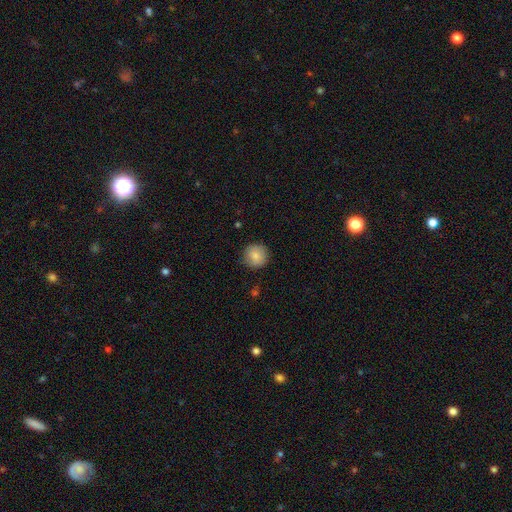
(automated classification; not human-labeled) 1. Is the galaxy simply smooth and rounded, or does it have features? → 85% smooth, 8% star or artifact, 7% featured or disk.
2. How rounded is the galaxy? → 94% round, 5% in between, 1% cigar-shaped.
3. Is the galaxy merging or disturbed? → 87% none, 10% minor disturbance, 2% major disturbance, 1% merger.